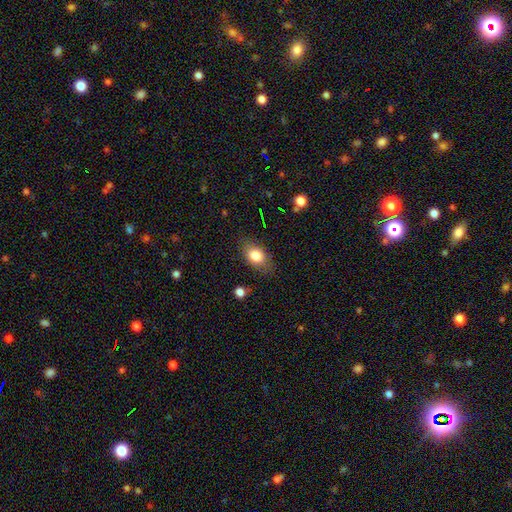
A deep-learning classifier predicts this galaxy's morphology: A smooth galaxy with no disk features (80%) that is in between round and cigar-shaped (77%). Merging: none (77%).